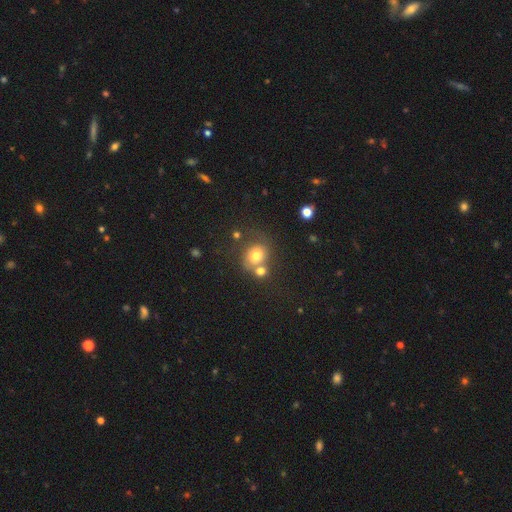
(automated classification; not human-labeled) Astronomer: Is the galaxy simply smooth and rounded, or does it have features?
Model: smooth — 70%.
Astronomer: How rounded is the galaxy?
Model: round — 66%.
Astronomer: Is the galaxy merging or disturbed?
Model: none — 44% (runner-up: merger, 35%).